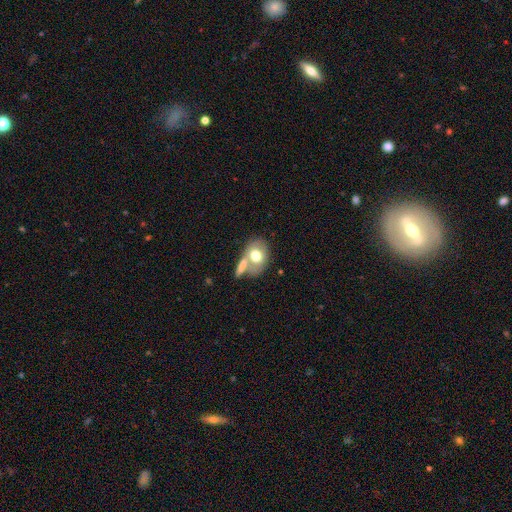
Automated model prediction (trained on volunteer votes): Morphology: type=smooth (67%); roundness=in between (70%); merging=merger (44%).